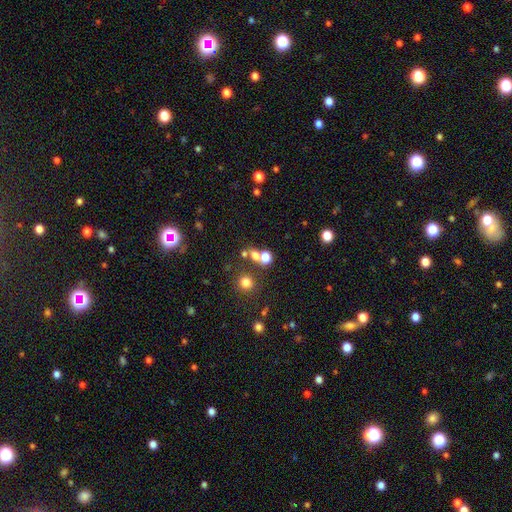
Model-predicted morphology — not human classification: This appears to be a smooth galaxy with no disk features (64%) that is round (69%). Merging: none (52%).